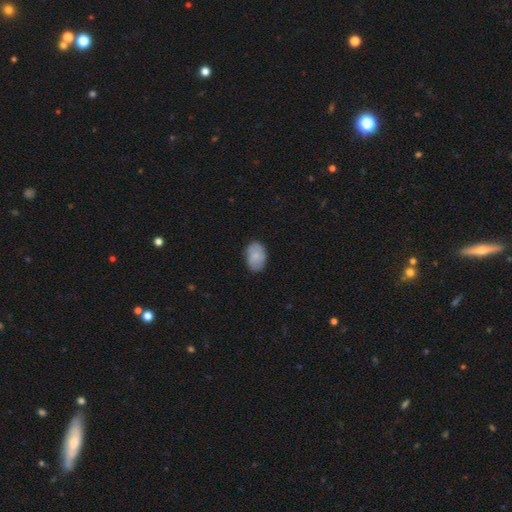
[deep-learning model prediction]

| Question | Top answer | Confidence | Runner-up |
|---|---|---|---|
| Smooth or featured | smooth | 78% | featured or disk (15%) |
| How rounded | in between | 86% | round (13%) |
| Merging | none | 80% | minor disturbance (16%) |